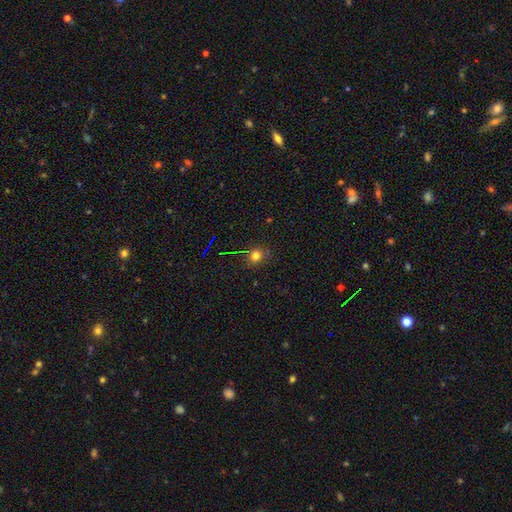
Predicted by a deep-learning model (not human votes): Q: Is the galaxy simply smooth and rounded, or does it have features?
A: smooth — 73%.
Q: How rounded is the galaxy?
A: round — 79%.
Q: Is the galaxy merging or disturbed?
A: none — 82%.